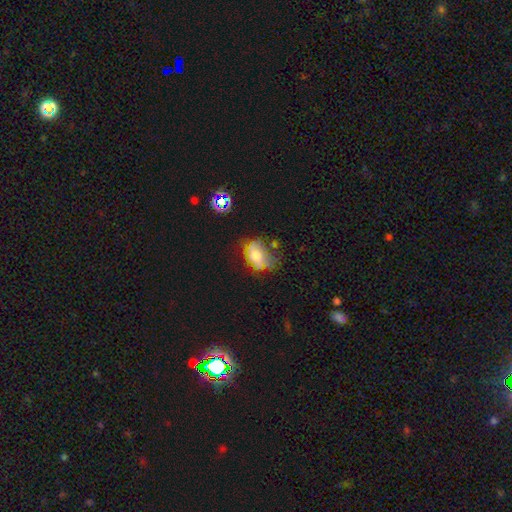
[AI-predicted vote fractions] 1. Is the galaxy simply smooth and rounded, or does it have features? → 44% featured or disk, 41% smooth, 15% star or artifact.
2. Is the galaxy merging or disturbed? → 32% none, 30% major disturbance, 28% minor disturbance, 10% merger.